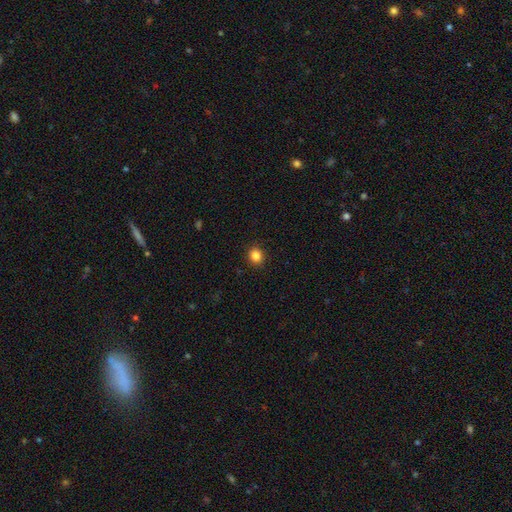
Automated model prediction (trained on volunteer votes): Smooth or featured?
  - smooth: 85% *
  - star or artifact: 11%
  - featured or disk: 4%
How rounded?
  - round: 80% *
  - in between: 19%
  - cigar-shaped: 1%
Merging?
  - none: 92% *
  - minor disturbance: 6%
  - major disturbance: 2%
  - merger: 1%